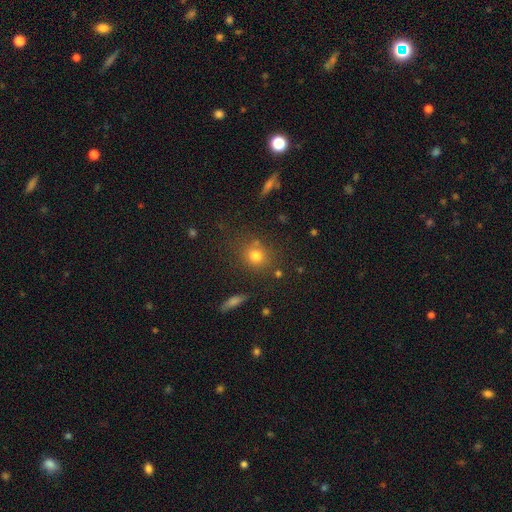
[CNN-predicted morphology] The model was most divided on "smooth or featured": smooth: 76%, star or artifact: 15%, featured or disk: 9%. More confident: how rounded — round (81%); merging — none (76%).